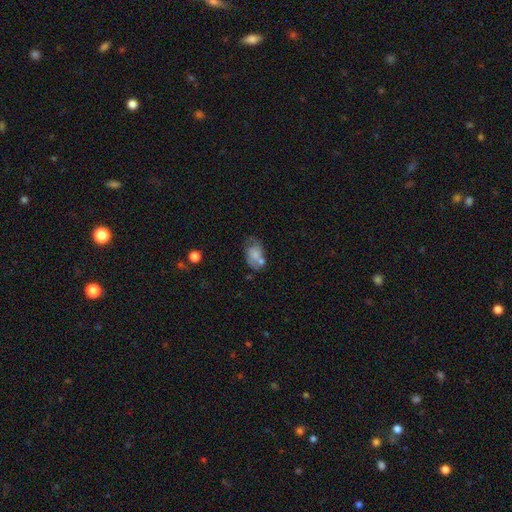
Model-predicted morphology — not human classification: This appears to be a smooth galaxy with no disk features (55%) that is in between round and cigar-shaped (86%). Merging: none (40%).